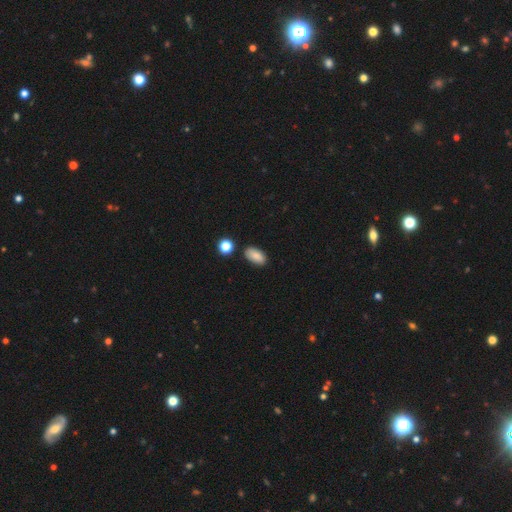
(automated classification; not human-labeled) A smooth galaxy with no disk features (85%) that is in between round and cigar-shaped (92%). Merging: none (83%).